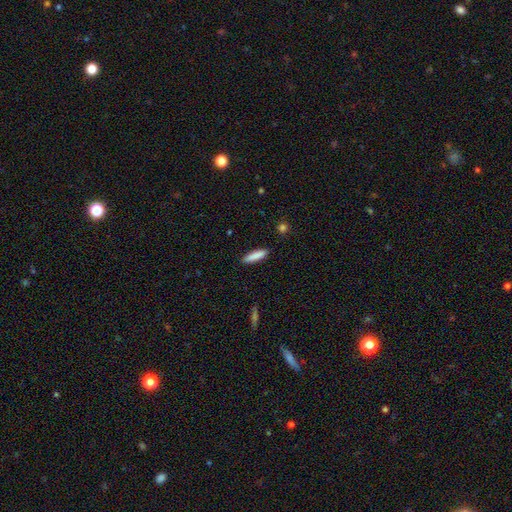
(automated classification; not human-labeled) Smooth or featured: smooth — 86% (featured or disk — 7%)
How rounded: cigar-shaped — 77% (in between — 22%)
Merging: none — 89% (minor disturbance — 8%)